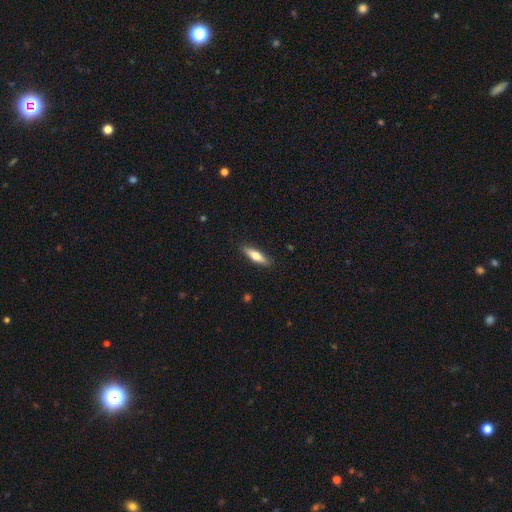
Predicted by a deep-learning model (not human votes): A smooth galaxy with no disk features (60%) that is cigar-shaped (66%).

Vote fractions:
- Smooth or featured? smooth: 60% / featured or disk: 34% / star or artifact: 6%
- How rounded? cigar-shaped: 66% / in between: 32% / round: 2%
- Merging? none: 89% / minor disturbance: 8% / major disturbance: 2% / merger: 1%